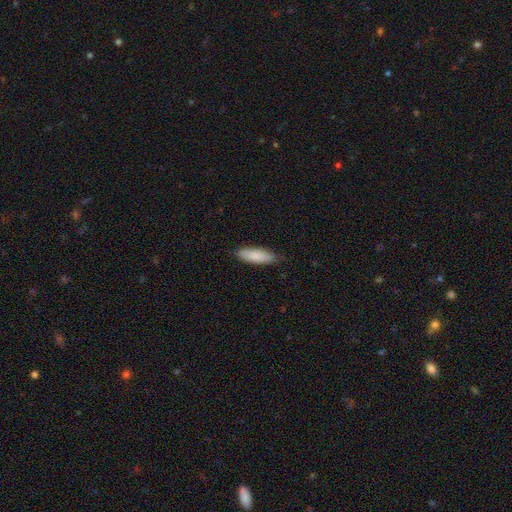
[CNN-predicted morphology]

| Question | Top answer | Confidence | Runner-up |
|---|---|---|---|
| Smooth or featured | smooth | 85% | featured or disk (9%) |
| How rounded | in between | 52% | cigar-shaped (46%) |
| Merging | none | 84% | minor disturbance (13%) |